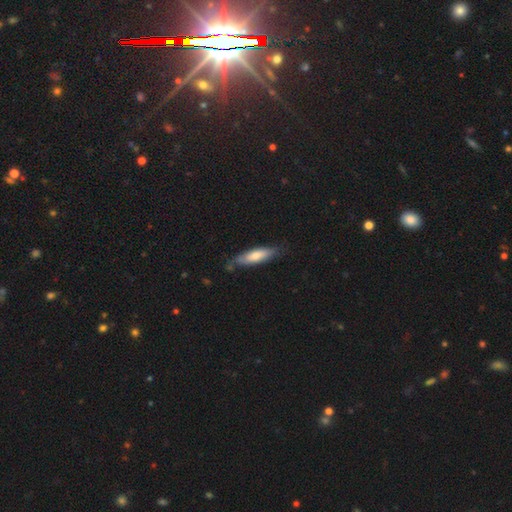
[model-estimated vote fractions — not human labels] Smooth or featured: smooth — 66% (featured or disk — 28%)
How rounded: cigar-shaped — 59% (in between — 39%)
Merging: none — 68% (minor disturbance — 25%)